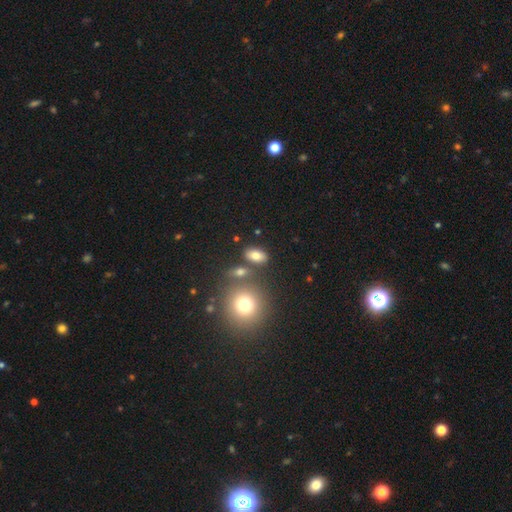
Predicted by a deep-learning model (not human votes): Morphology: type=smooth (78%); roundness=in between (82%); merging=none (77%).